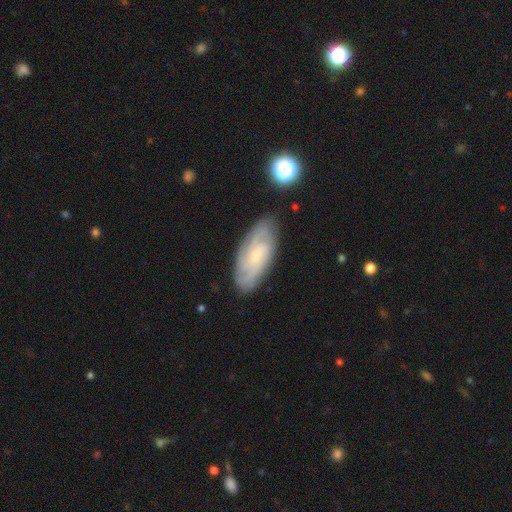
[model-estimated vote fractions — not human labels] Overall: featured or disk (73%). Edge-on disk: no (92%). Bar: no (66%; weak 30%). Spiral arms: yes (94%). Spiral arm count: can't tell (38%; 3 21%). Spiral winding: tight (56%; medium 35%). Bulge size: small (72%). Merging: none (81%).